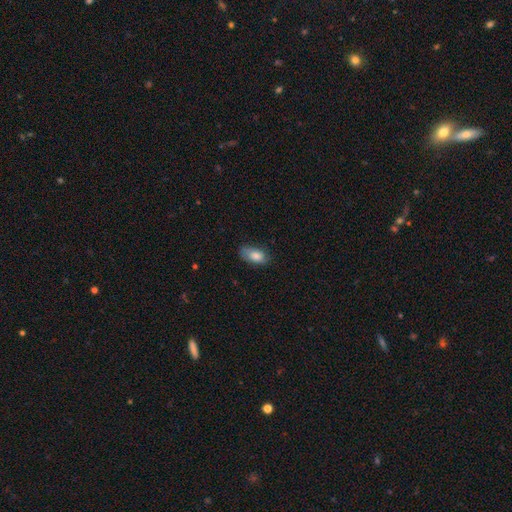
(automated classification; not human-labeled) A smooth galaxy with no disk features (82%) that is in between round and cigar-shaped (91%). Merging: none (65%).